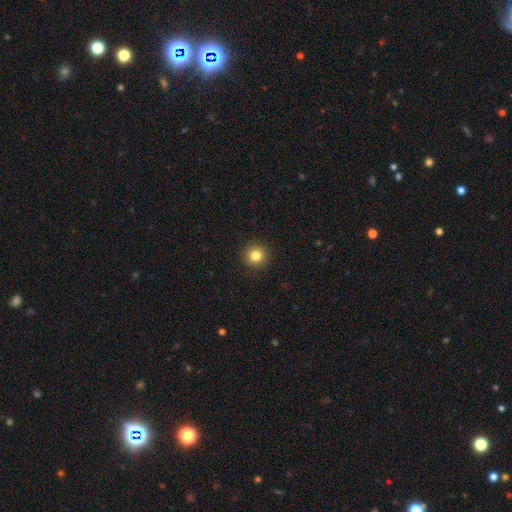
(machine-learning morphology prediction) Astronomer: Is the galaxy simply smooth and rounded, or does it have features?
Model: smooth — 82%.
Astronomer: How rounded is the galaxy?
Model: round — 95%.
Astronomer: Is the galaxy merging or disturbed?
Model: none — 93%.